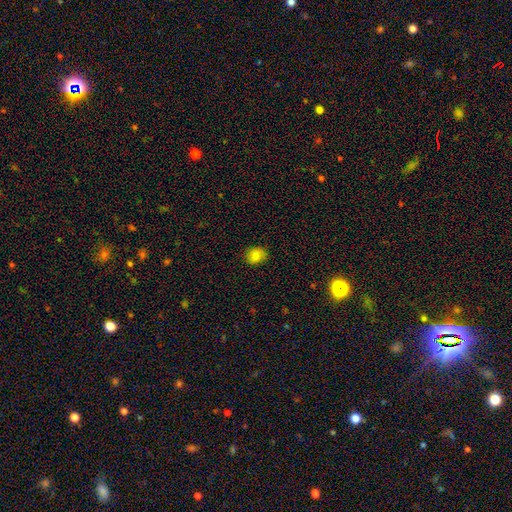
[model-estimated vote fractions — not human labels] Smooth or featured? Predicted: smooth (p=0.82). How rounded? Predicted: round (p=0.64). Merging? Predicted: none (p=0.82).